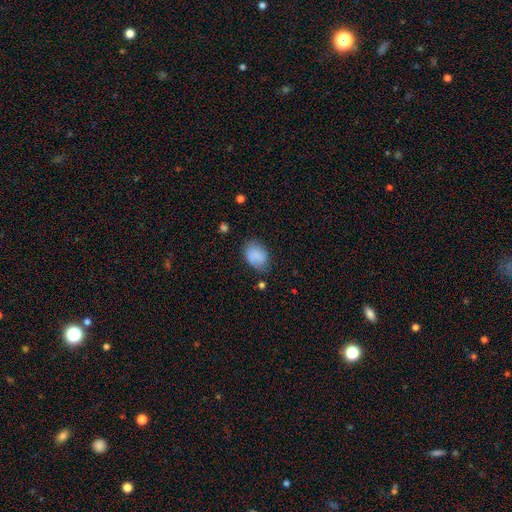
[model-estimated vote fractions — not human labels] Smooth or featured: smooth — 83% (featured or disk — 9%)
How rounded: in between — 74% (round — 25%)
Merging: none — 67% (minor disturbance — 25%)